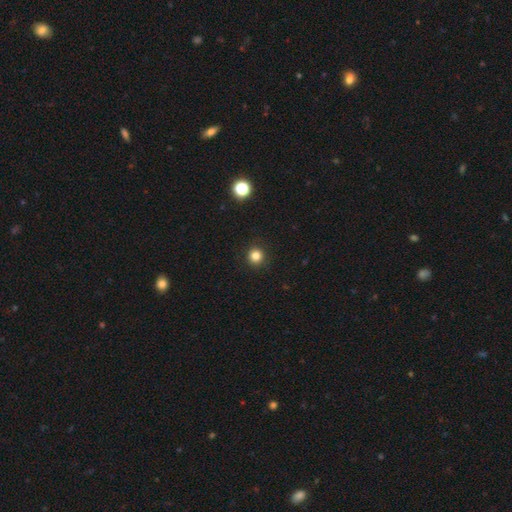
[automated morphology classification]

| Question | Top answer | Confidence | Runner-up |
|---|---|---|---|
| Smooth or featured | smooth | 82% | star or artifact (13%) |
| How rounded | round | 93% | in between (6%) |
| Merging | none | 92% | minor disturbance (5%) |